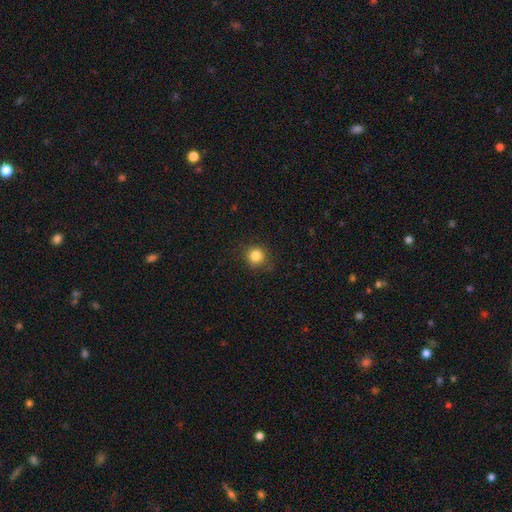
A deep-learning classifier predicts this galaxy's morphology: A smooth galaxy with no disk features (84%) that is round (92%).

Vote fractions:
- Smooth or featured? smooth: 84% / star or artifact: 11% / featured or disk: 5%
- How rounded? round: 92% / in between: 7% / cigar-shaped: 1%
- Merging? none: 85% / minor disturbance: 11% / major disturbance: 3% / merger: 1%